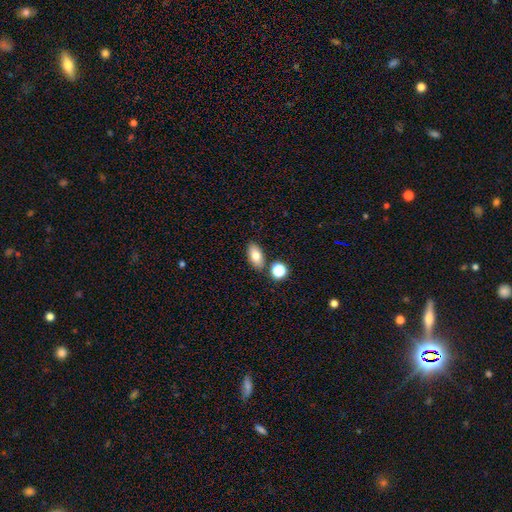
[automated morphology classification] The model was most divided on "smooth or featured": smooth: 78%, featured or disk: 13%, star or artifact: 9%. More confident: how rounded — in between (88%); merging — none (81%).